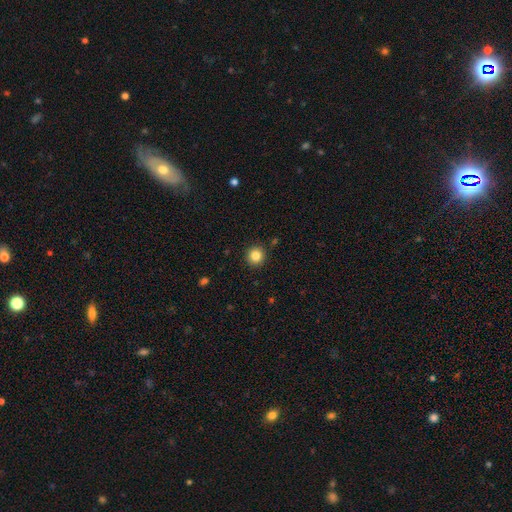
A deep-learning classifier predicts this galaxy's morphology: A smooth galaxy with no disk features (84%) that is round (94%). Merging: none (92%).